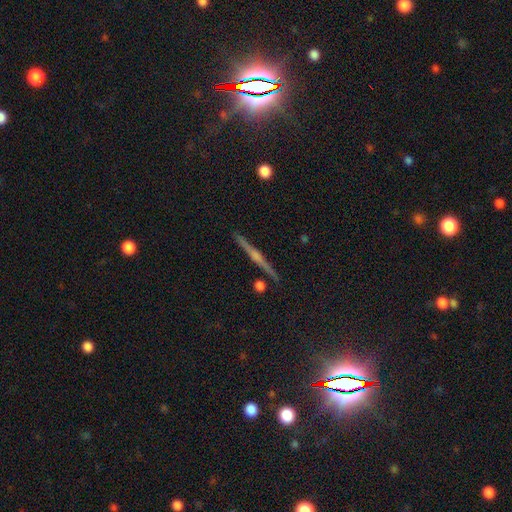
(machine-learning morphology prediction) This appears to be a featured or disk galaxy (45%). Merging: none (83%).